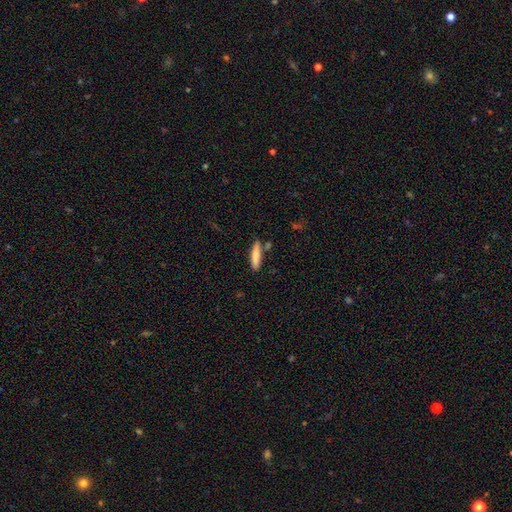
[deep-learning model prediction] A smooth galaxy with no disk features (82%) that is cigar-shaped (78%). Merging: none (79%).